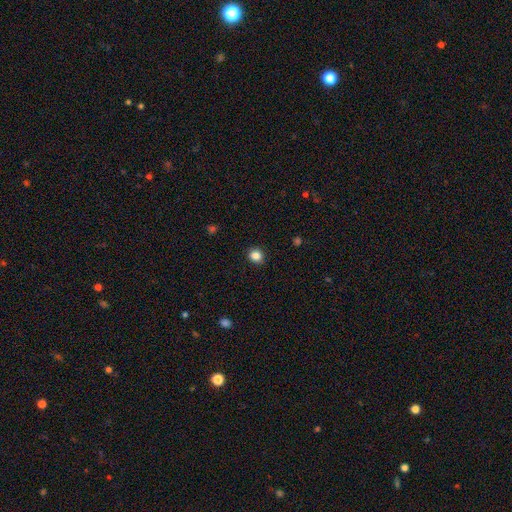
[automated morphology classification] Smooth or featured: smooth — 86% (star or artifact — 10%)
How rounded: round — 77% (in between — 22%)
Merging: none — 90% (minor disturbance — 7%)